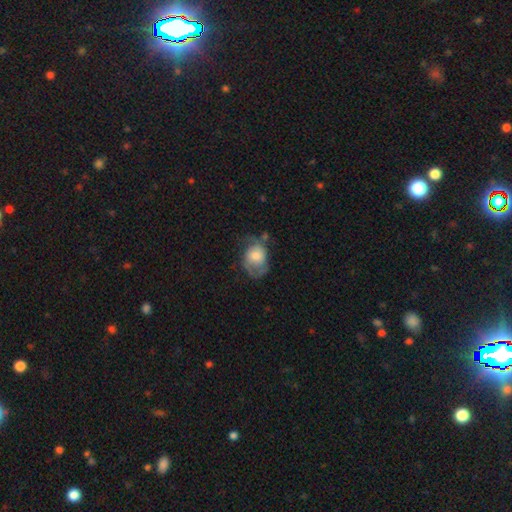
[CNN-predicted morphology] smooth-or-featured: smooth: 49% | featured or disk: 43% | star or artifact: 7%
  merging: none: 40% | minor disturbance: 31% | major disturbance: 25% | merger: 4%